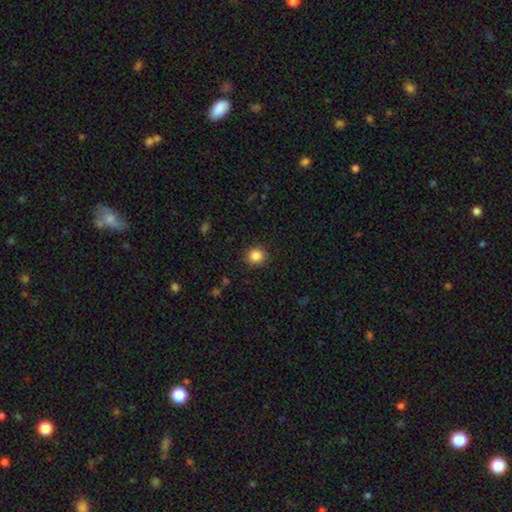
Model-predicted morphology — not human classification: This is clearly a smooth galaxy (86%). How rounded: clearly round (90%). Merging: clearly none (89%).